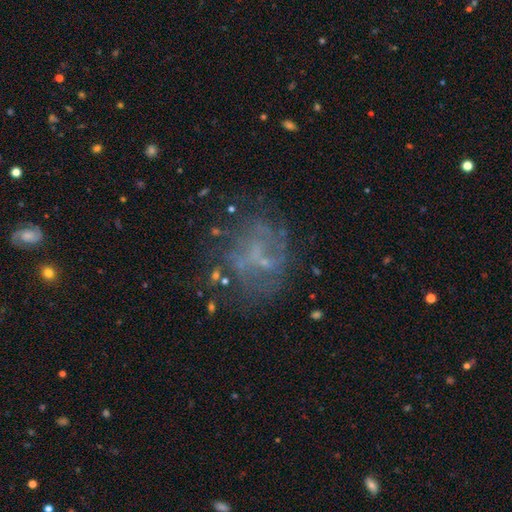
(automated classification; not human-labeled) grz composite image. It shows a featured or disk galaxy (59%) with no bar (68%), no spiral arms (65%) and no central bulge (50%). Merging: none (56%).